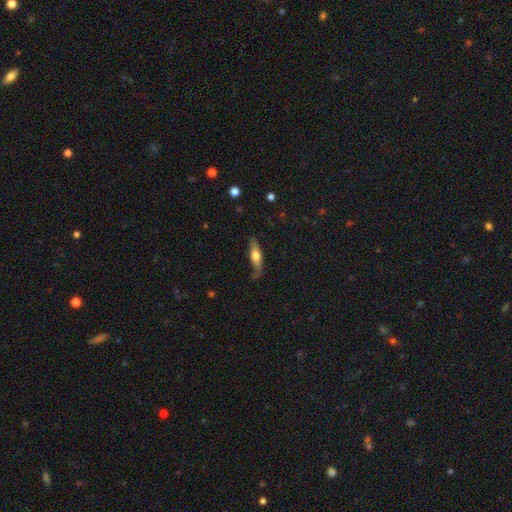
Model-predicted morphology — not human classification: Q: Smooth or featured?
A: smooth (58%); runner-up: featured or disk (36%)
Q: How rounded?
A: cigar-shaped (63%); runner-up: in between (35%)
Q: Merging?
A: none (68%); runner-up: minor disturbance (24%)